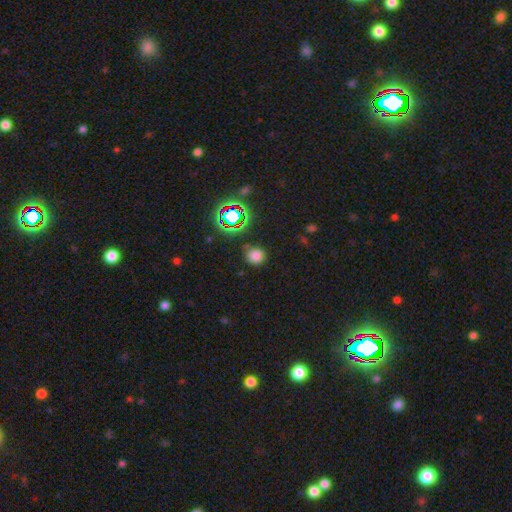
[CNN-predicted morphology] smooth_or_featured: smooth (p=0.72) [alt: star or artifact p=0.22]
how_rounded: round (p=0.86) [alt: in between p=0.13]
merging: none (p=0.80) [alt: minor disturbance p=0.12]